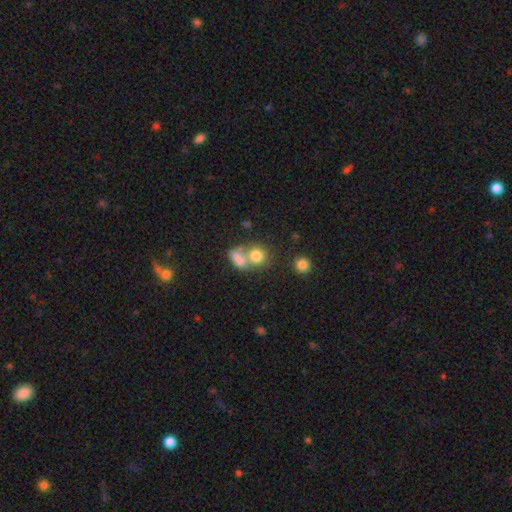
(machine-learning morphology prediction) smooth 77%, star or artifact 12%, featured or disk 11%. Down the decision tree: how rounded — round (70%); merging — merger (47%).